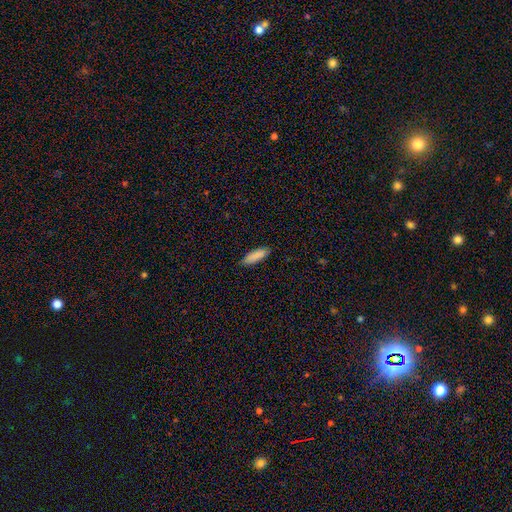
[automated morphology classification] This is clearly a smooth galaxy (89%). How rounded: possibly in between (53%). Merging: clearly none (86%).